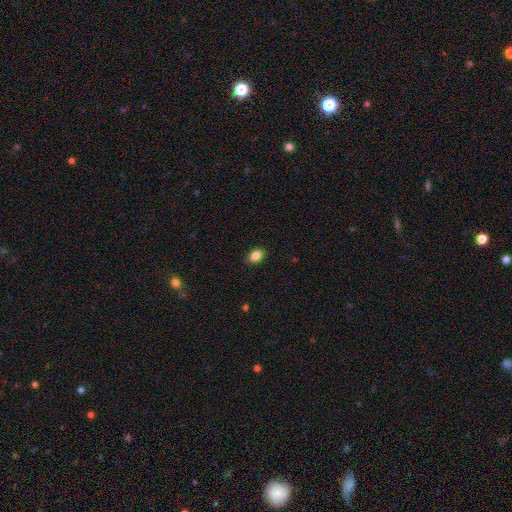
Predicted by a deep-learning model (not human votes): This is clearly a smooth galaxy (86%). How rounded: likely in between (78%). Merging: clearly none (89%).